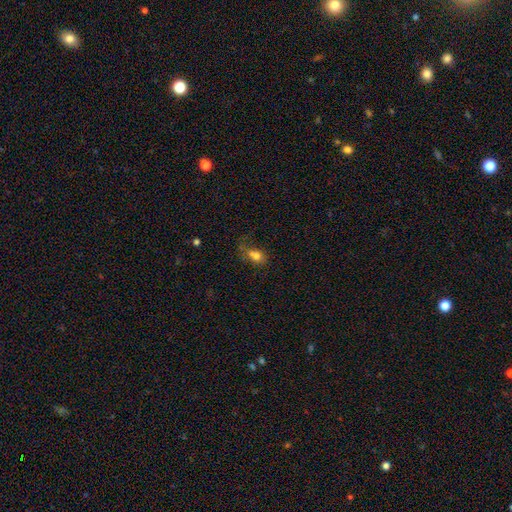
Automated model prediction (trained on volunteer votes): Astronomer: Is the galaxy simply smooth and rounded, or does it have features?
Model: smooth — 74%.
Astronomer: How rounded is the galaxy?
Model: in between — 74%.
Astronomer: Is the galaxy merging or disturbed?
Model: none — 40% (runner-up: minor disturbance, 24%).